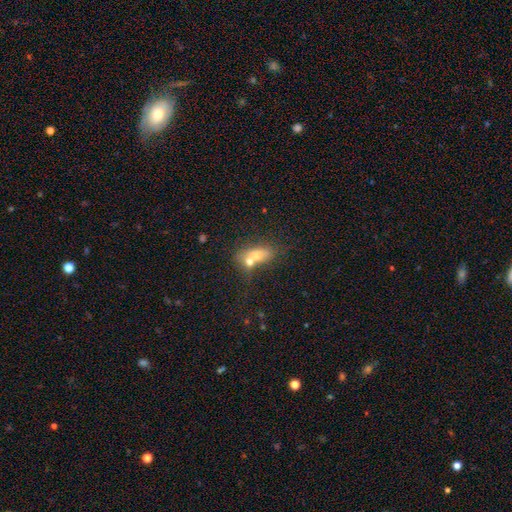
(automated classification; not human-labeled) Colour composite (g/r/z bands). It shows a smooth galaxy with no disk features (64%) that is in between round and cigar-shaped (66%). Merging: merger (54%).